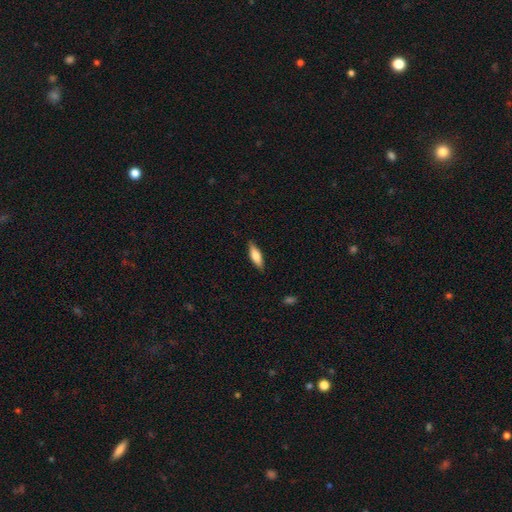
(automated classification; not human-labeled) Smooth or featured? smooth (73%)
How rounded? cigar-shaped (50%)
Merging? none (86%)